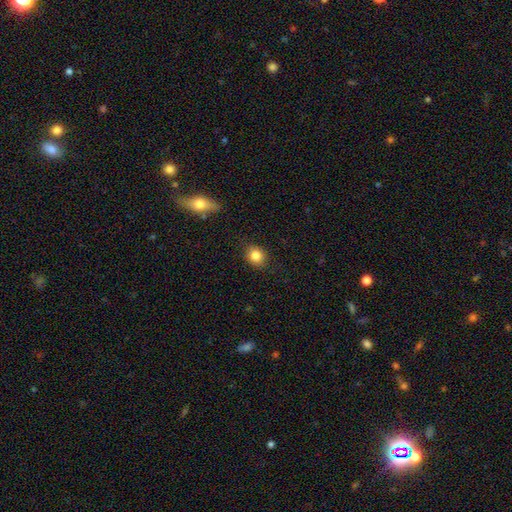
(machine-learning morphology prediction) Smooth or featured?
  - smooth: 84% *
  - star or artifact: 10%
  - featured or disk: 7%
How rounded?
  - round: 64% *
  - in between: 35%
  - cigar-shaped: 1%
Merging?
  - none: 86% *
  - minor disturbance: 10%
  - major disturbance: 3%
  - merger: 1%